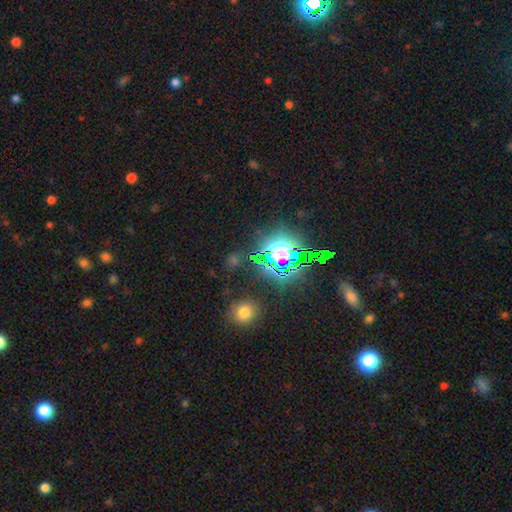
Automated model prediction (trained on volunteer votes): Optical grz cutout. It shows a star or artifact, not a galaxy (76%).